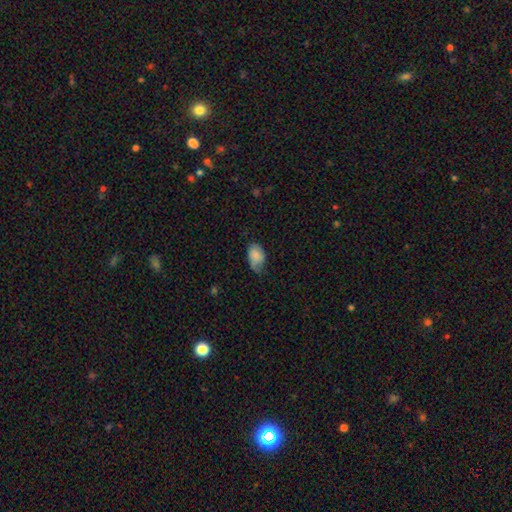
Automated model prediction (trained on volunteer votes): Smooth or featured?
  - smooth: 79% *
  - featured or disk: 14%
  - star or artifact: 7%
How rounded?
  - in between: 89% *
  - round: 10%
  - cigar-shaped: 1%
Merging?
  - none: 44% *
  - minor disturbance: 41%
  - major disturbance: 13%
  - merger: 2%